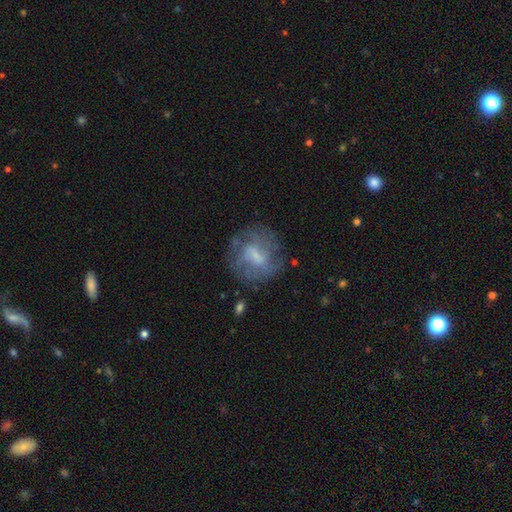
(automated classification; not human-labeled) smooth-or-featured: featured or disk: 61% | smooth: 29% | star or artifact: 10%
  disk-edge-on: no: 96% | yes: 4%
    bar: weak: 51% | no: 29% | strong: 19%
    has-spiral-arms: yes: 67% | no: 33%
    bulge-size: small: 33% | none: 30% | moderate: 29% | large: 7% | dominant: 1%
  merging: none: 67% | minor disturbance: 18% | major disturbance: 13% | merger: 2%